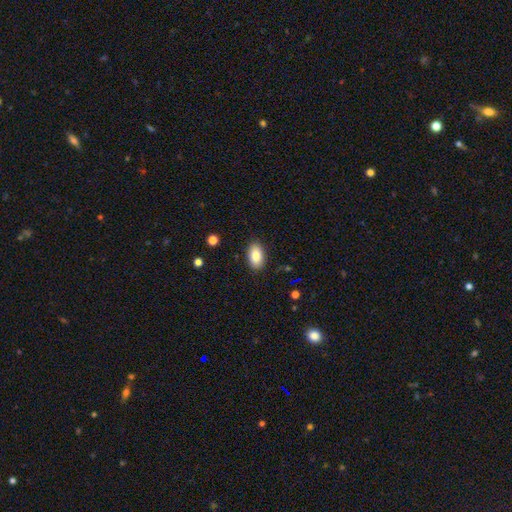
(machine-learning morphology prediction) The model was most divided on "merging": none: 88%, minor disturbance: 9%, major disturbance: 2%, merger: 1%. More confident: how rounded — in between (93%); smooth or featured — smooth (87%).